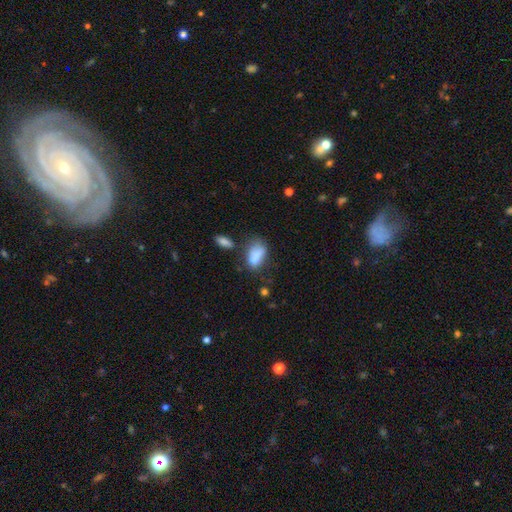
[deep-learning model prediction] smooth-or-featured: smooth: 79% | featured or disk: 12% | star or artifact: 9%
  how-rounded: in between: 88% | round: 8% | cigar-shaped: 4%
  merging: none: 38% | minor disturbance: 28% | merger: 18% | major disturbance: 16%